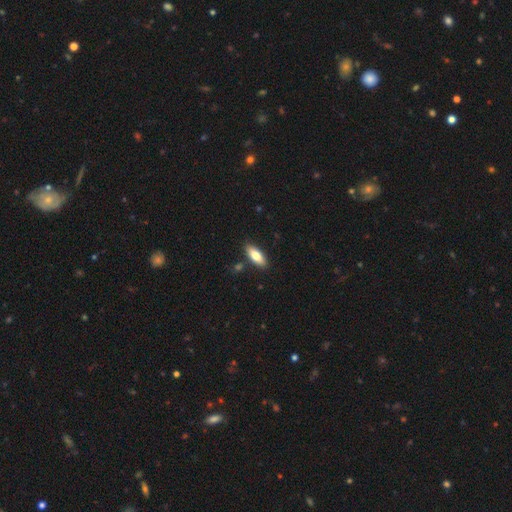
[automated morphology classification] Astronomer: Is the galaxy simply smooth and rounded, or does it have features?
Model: smooth — 79%.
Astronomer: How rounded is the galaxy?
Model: in between — 75%.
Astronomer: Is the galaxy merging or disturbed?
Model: none — 85%.